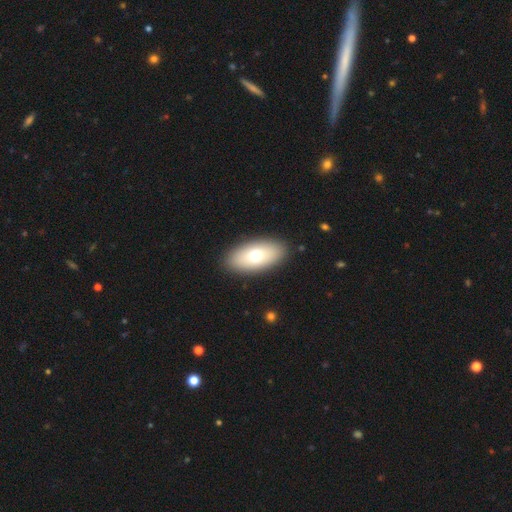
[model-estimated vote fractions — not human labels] This appears to be a smooth galaxy with no disk features (70%) that is in between round and cigar-shaped (91%). Merging: none (89%).